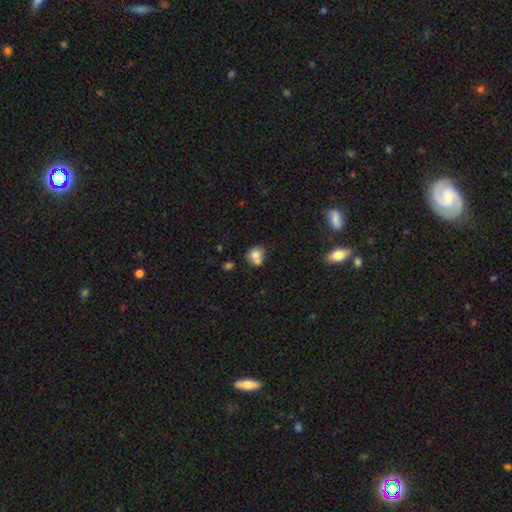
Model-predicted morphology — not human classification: This is likely a smooth galaxy (75%). How rounded: likely round (72%). Merging: marginally none (43%).